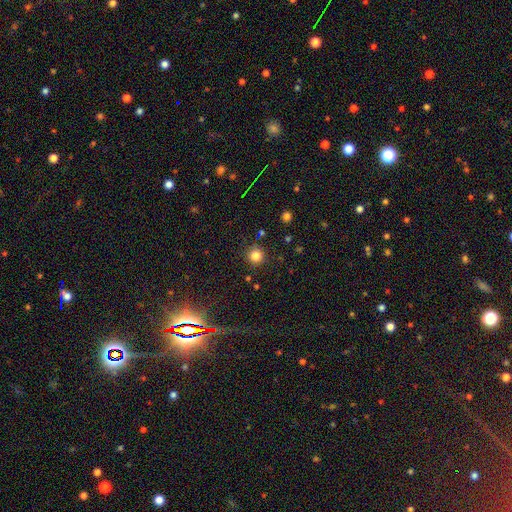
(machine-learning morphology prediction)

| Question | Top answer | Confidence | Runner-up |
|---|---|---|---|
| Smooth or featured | smooth | 81% | star or artifact (14%) |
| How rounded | round | 95% | in between (4%) |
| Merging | none | 89% | minor disturbance (7%) |